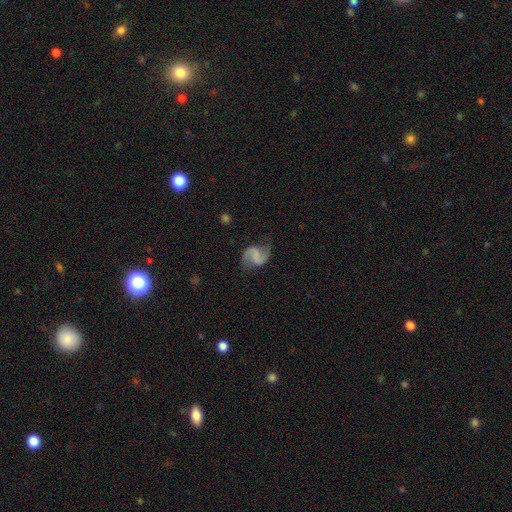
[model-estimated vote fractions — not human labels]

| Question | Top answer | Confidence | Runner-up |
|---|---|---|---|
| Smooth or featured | featured or disk | 81% | smooth (12%) |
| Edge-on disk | no | 98% | yes (2%) |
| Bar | weak | 43% | no (29%) |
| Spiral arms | yes | 95% | no (5%) |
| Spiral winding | loose | 55% | medium (36%) |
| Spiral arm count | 2 | 93% | 1 (2%) |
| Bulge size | none | 69% | small (17%) |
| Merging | none | 75% | minor disturbance (16%) |